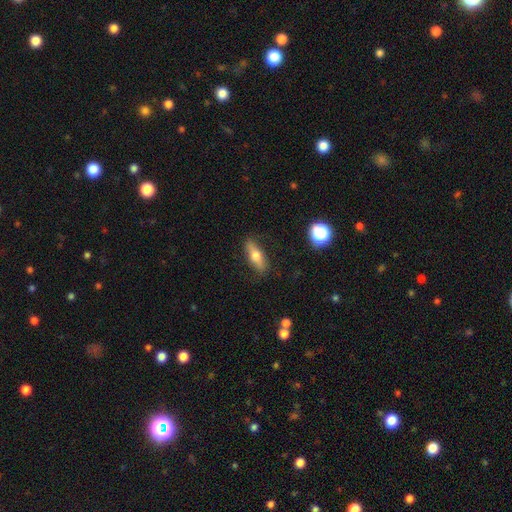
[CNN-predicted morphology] Overall: smooth (62%; featured or disk 31%). How rounded: in between (55%; cigar-shaped 41%). Merging: none (84%).